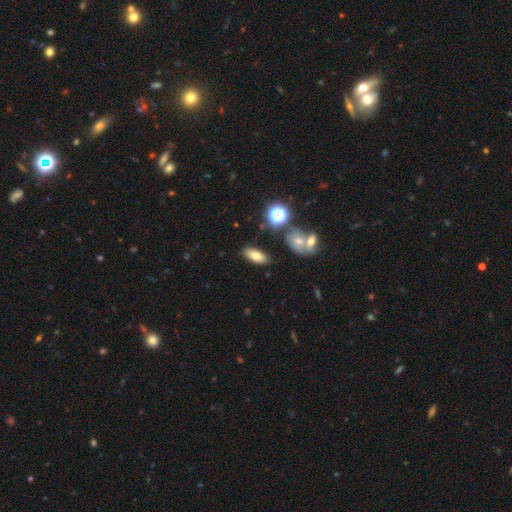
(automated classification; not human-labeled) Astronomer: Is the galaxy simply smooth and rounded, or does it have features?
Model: smooth — 72%.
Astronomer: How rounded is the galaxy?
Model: in between — 80%.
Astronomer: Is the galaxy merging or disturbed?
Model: none — 83%.